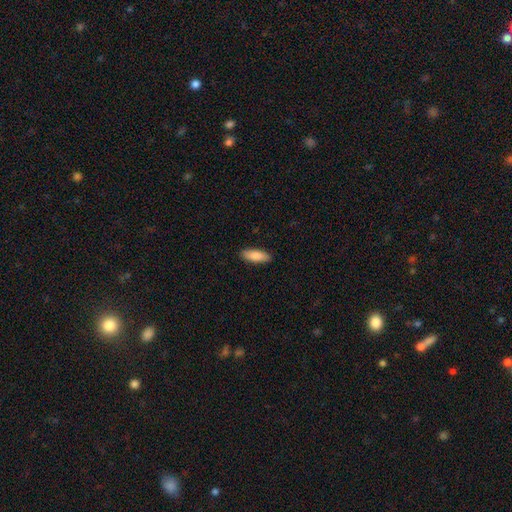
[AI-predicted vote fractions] smooth 87%, featured or disk 8%, star or artifact 6%. Down the decision tree: how rounded — in between (66%); merging — none (89%).